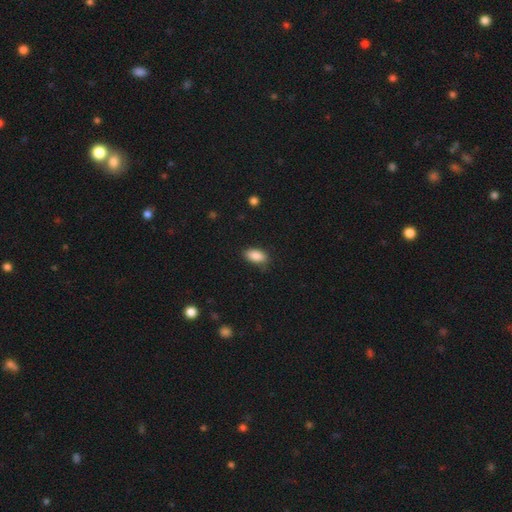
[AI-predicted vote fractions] A smooth galaxy with no disk features (88%) that is in between round and cigar-shaped (92%). Merging: none (79%).